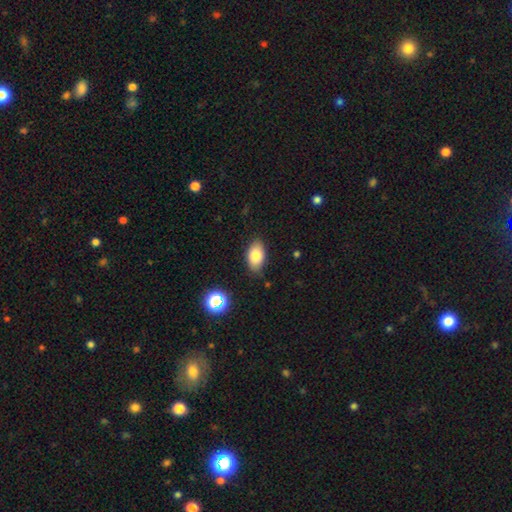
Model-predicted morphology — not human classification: This appears to be a smooth galaxy with no disk features (81%) that is in between round and cigar-shaped (91%). Merging: none (83%).